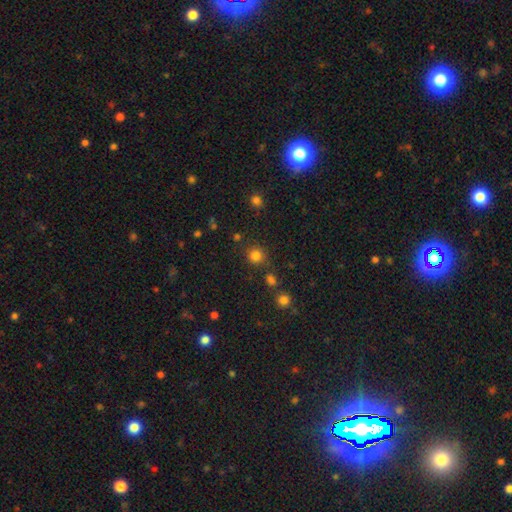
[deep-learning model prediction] Smooth or featured: smooth — 80% (star or artifact — 15%)
How rounded: round — 91% (in between — 8%)
Merging: none — 81% (minor disturbance — 9%)